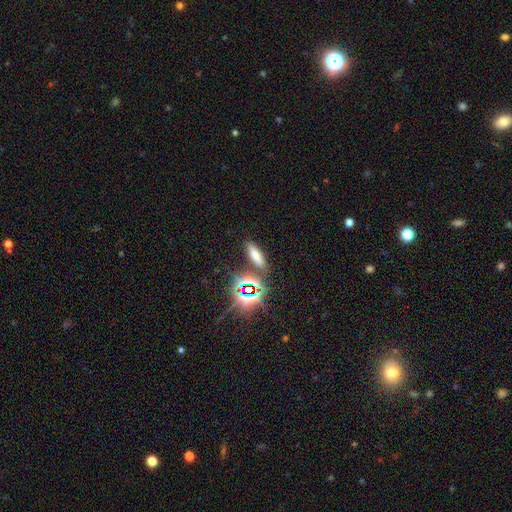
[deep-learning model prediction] Smooth or featured? smooth (61%)
How rounded? cigar-shaped (51%)
Merging? none (82%)